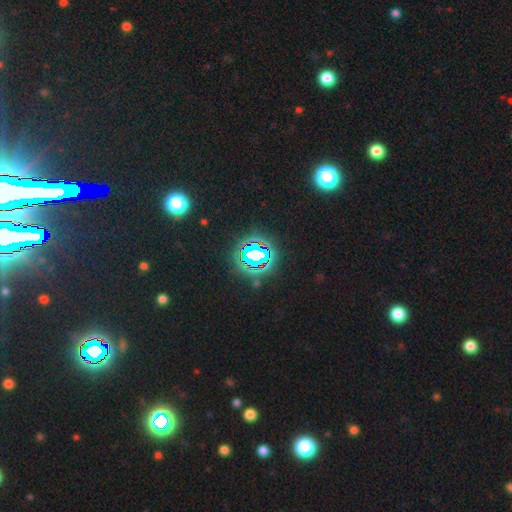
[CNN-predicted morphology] This is likely a star or artifact rather than a galaxy (75%).